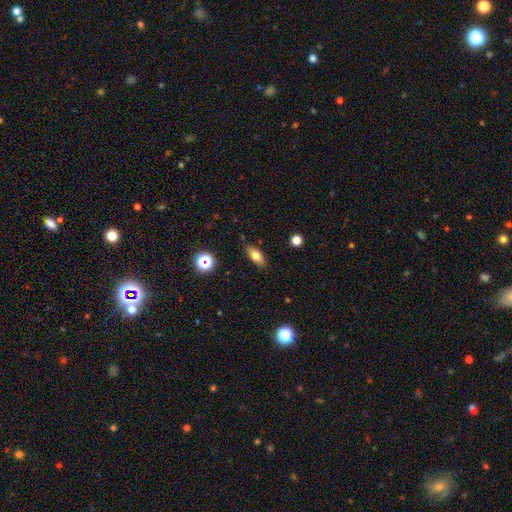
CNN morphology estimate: This is likely a smooth galaxy (75%). How rounded: likely in between (79%). Merging: clearly none (85%).